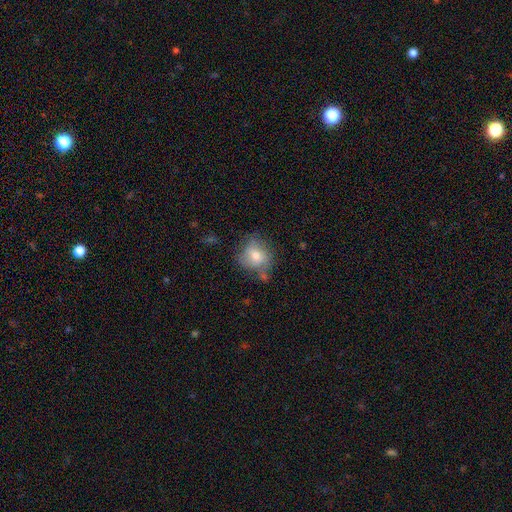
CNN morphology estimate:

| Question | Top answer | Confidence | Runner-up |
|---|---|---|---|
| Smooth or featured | smooth | 69% | featured or disk (21%) |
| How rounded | round | 76% | in between (22%) |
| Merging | none | 60% | minor disturbance (25%) |